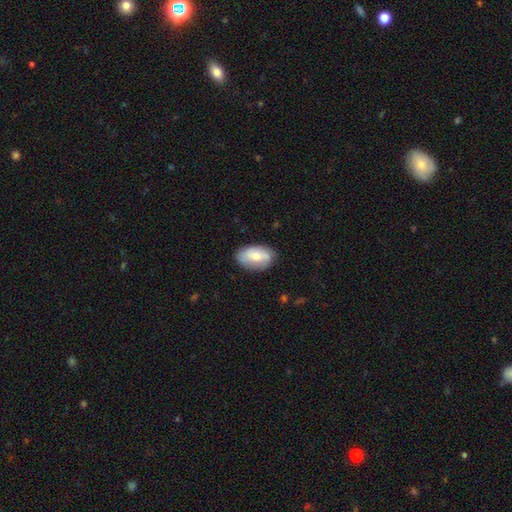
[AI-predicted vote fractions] A smooth galaxy with no disk features (66%) that is in between round and cigar-shaped (91%). Merging: none (76%).